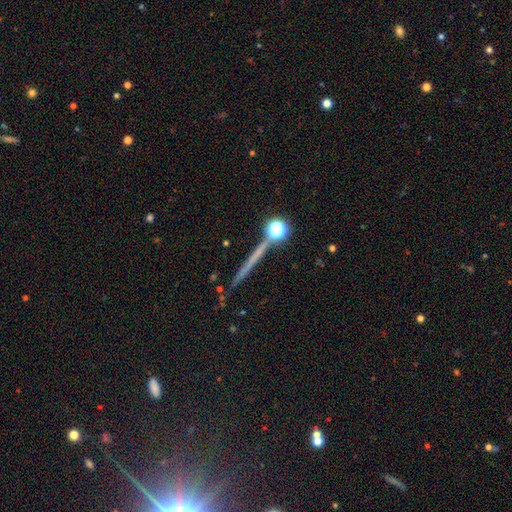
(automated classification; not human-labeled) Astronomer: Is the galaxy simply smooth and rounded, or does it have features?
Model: featured or disk — 44% (runner-up: smooth, 34%).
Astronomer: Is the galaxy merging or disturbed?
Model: none — 83%.